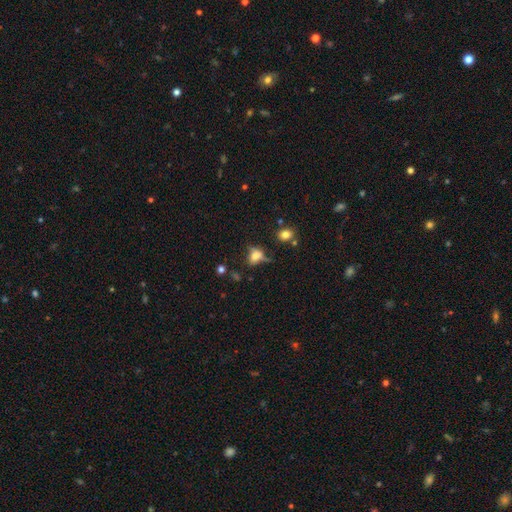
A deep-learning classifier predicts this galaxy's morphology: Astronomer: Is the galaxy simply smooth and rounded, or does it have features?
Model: smooth — 60%.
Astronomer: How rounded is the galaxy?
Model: in between — 59% (runner-up: round, 36%).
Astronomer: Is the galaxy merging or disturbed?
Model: none — 48% (runner-up: minor disturbance, 25%).